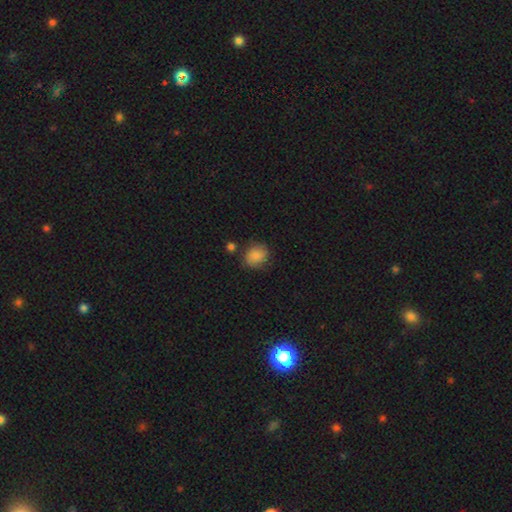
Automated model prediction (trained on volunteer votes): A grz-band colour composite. It shows a smooth galaxy with no disk features (85%) that is round (70%). Merging: none (74%).